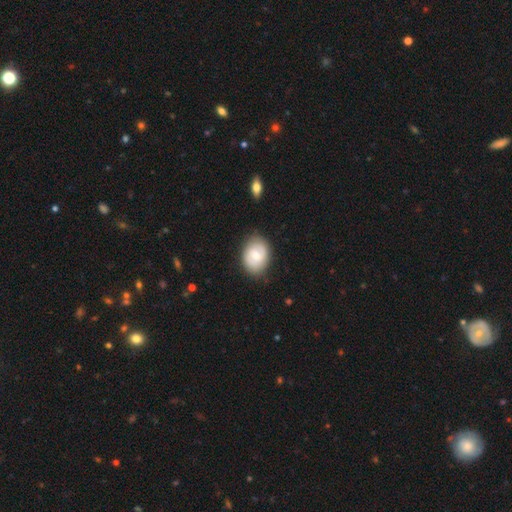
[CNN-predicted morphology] Smooth or featured: smooth — 56% (featured or disk — 38%)
How rounded: in between — 62% (round — 37%)
Merging: none — 80% (minor disturbance — 15%)